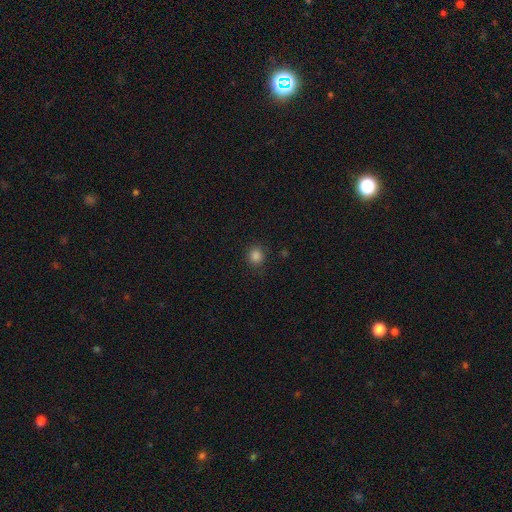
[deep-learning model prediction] smooth_or_featured: smooth (p=0.84) [alt: star or artifact p=0.13]
how_rounded: round (p=0.88) [alt: in between p=0.12]
merging: none (p=0.87) [alt: minor disturbance p=0.09]